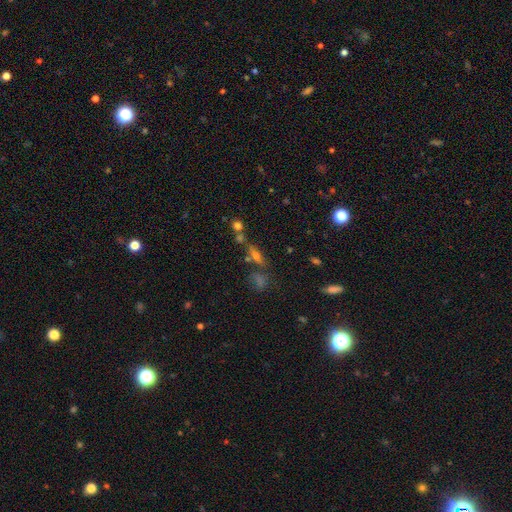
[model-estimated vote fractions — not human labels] Smooth or featured: smooth — 44% (star or artifact — 29%)
Merging: none — 57% (merger — 22%)